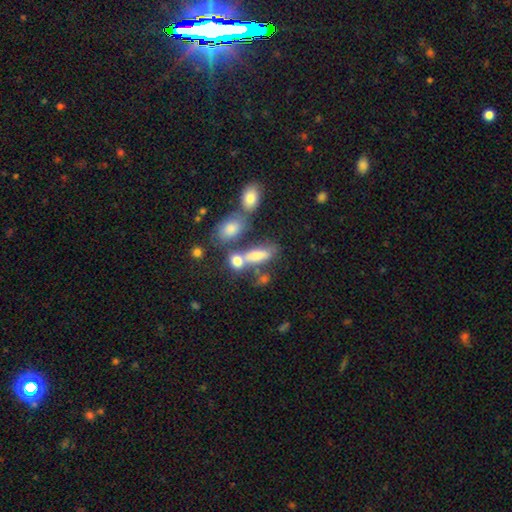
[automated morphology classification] smooth_or_featured: smooth (p=0.54) [alt: star or artifact p=0.23]
how_rounded: in between (p=0.65) [alt: cigar-shaped p=0.19]
merging: none (p=0.45) [alt: merger p=0.35]